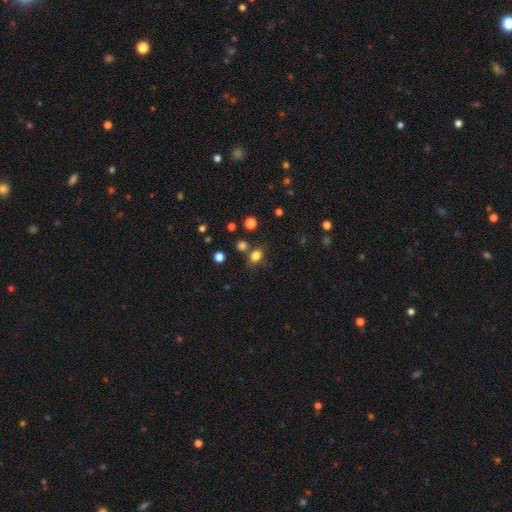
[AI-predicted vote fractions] Smooth or featured?
  - smooth: 80% *
  - star or artifact: 14%
  - featured or disk: 6%
How rounded?
  - in between: 62% *
  - round: 36%
  - cigar-shaped: 2%
Merging?
  - none: 68% *
  - minor disturbance: 15%
  - merger: 11%
  - major disturbance: 5%